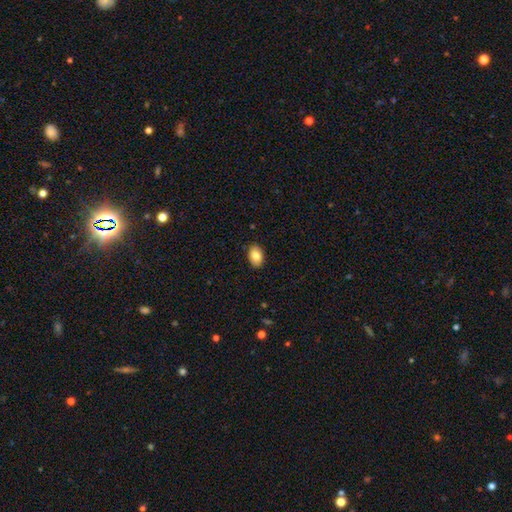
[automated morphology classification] This is clearly a smooth galaxy (83%). How rounded: clearly in between (85%). Merging: clearly none (88%).